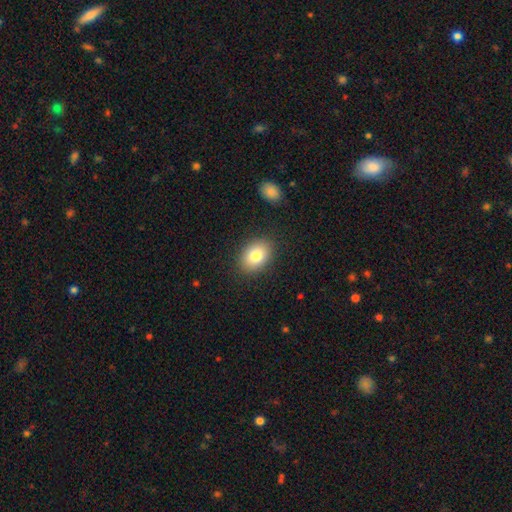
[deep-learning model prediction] Smooth or featured? Predicted: smooth (p=0.81). How rounded? Predicted: in between (p=0.78). Merging? Predicted: none (p=0.87).